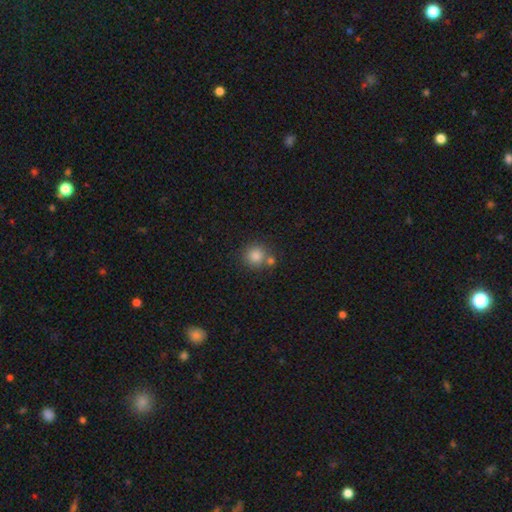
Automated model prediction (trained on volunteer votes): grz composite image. It shows a smooth galaxy with no disk features (83%) that is round (92%). Merging: none (66%).